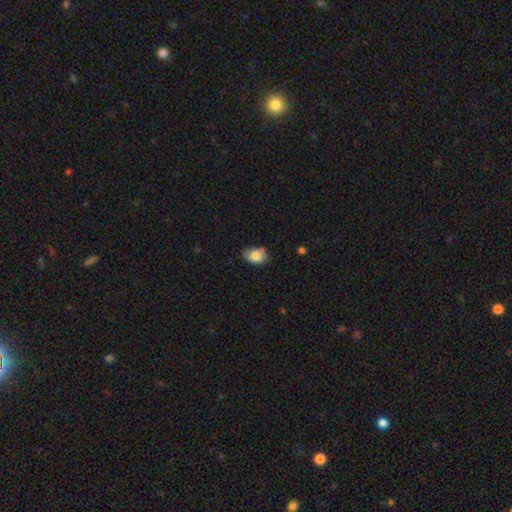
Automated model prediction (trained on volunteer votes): A smooth galaxy with no disk features (80%) that is in between round and cigar-shaped (79%).

Vote fractions:
- Smooth or featured? smooth: 80% / featured or disk: 12% / star or artifact: 8%
- How rounded? in between: 79% / round: 19% / cigar-shaped: 1%
- Merging? none: 58% / minor disturbance: 33% / major disturbance: 7% / merger: 2%